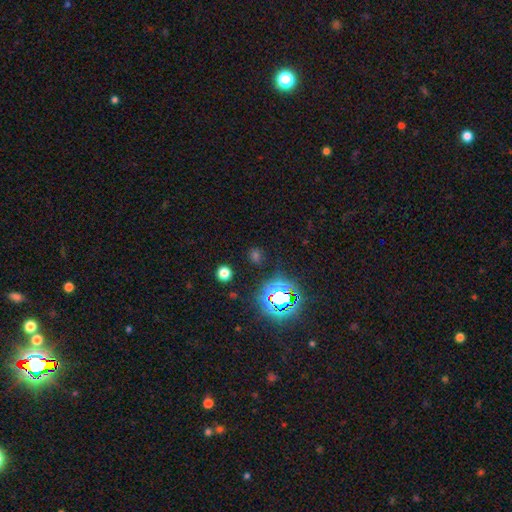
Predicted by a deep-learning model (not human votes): Overall: star or artifact (52%; smooth 42%).